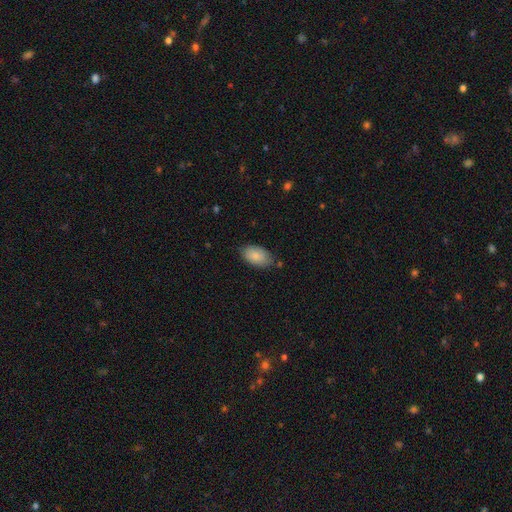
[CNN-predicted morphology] type=smooth (85%); roundness=in between (94%); merging=none (75%).